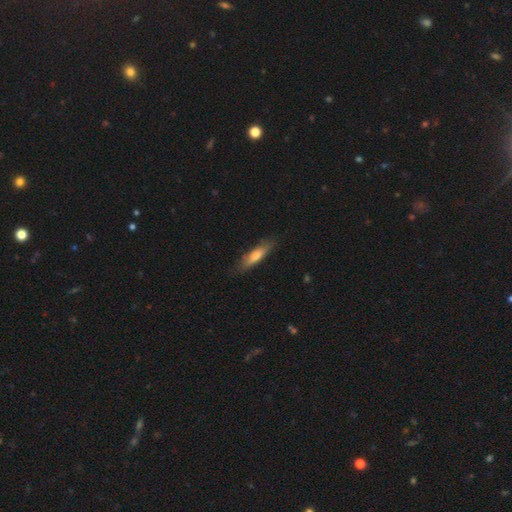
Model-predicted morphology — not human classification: This is likely a smooth galaxy (63%). How rounded: likely cigar-shaped (75%). Merging: likely none (79%).